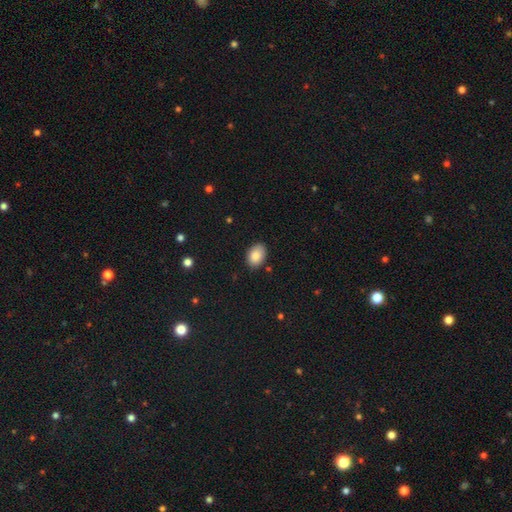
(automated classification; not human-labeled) A smooth galaxy with no disk features (87%) that is in between round and cigar-shaped (84%). Merging: none (84%).